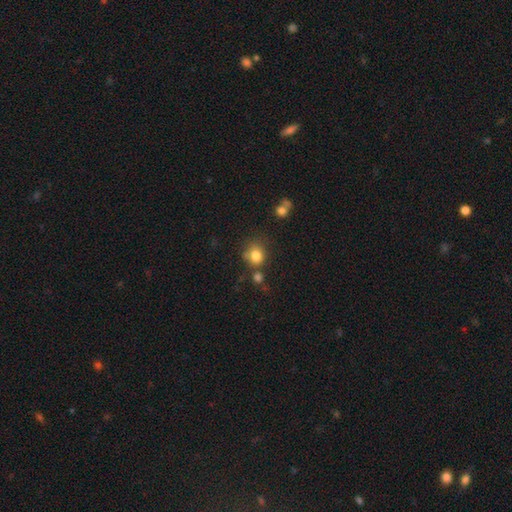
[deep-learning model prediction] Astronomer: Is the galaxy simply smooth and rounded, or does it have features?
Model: smooth — 81%.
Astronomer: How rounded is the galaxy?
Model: round — 77%.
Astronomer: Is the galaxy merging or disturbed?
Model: none — 62%.